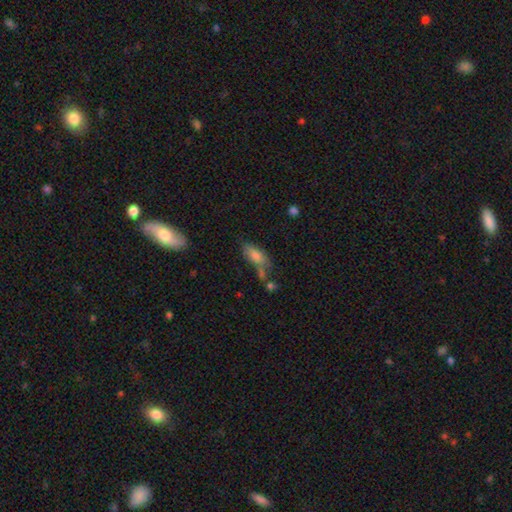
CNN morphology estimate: This appears to be a smooth galaxy with no disk features (75%) that is in between round and cigar-shaped (77%). Merging: none (49%).